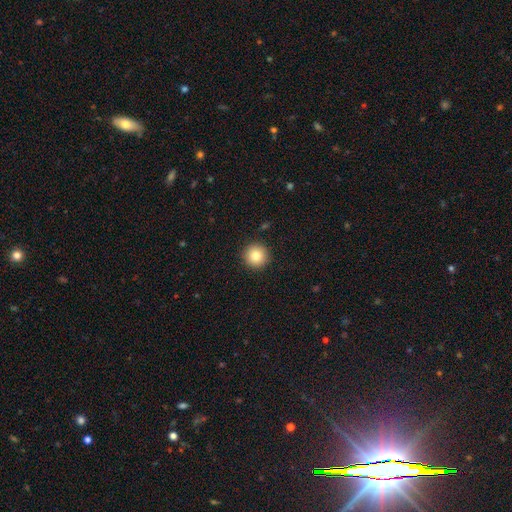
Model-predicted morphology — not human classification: The model was most divided on "smooth or featured": smooth: 84%, star or artifact: 9%, featured or disk: 6%. More confident: how rounded — round (96%); merging — none (92%).